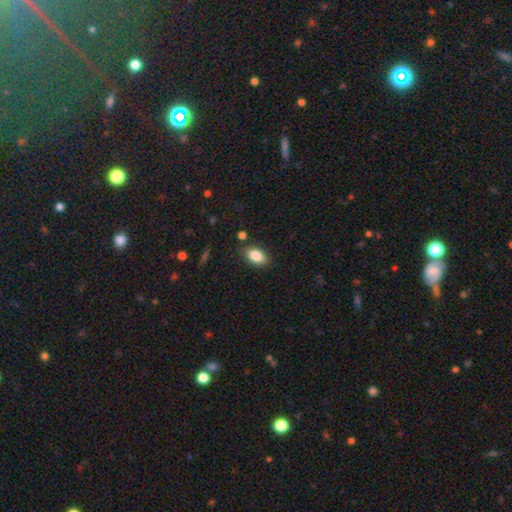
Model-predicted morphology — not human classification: Overall: smooth (85%). How rounded: in between (89%). Merging: none (82%).